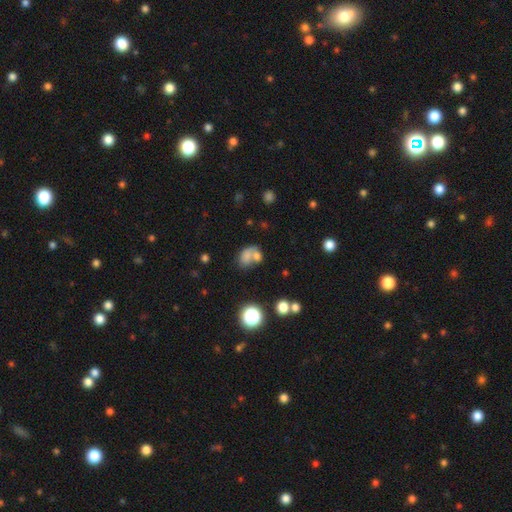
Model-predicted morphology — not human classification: Smooth or featured? smooth (68%)
How rounded? in between (66%)
Merging? merger (51%)